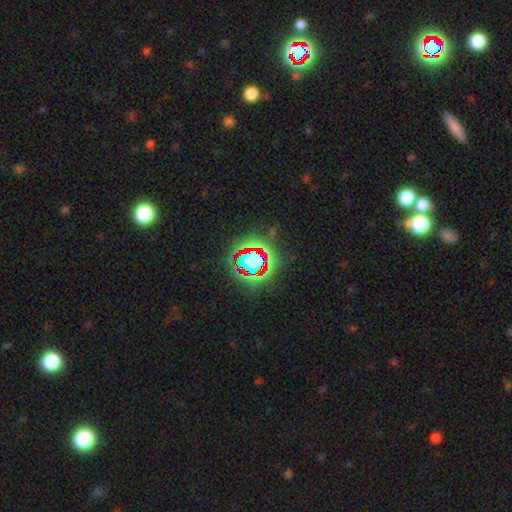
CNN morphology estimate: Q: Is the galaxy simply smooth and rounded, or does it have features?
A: star or artifact — 66%.